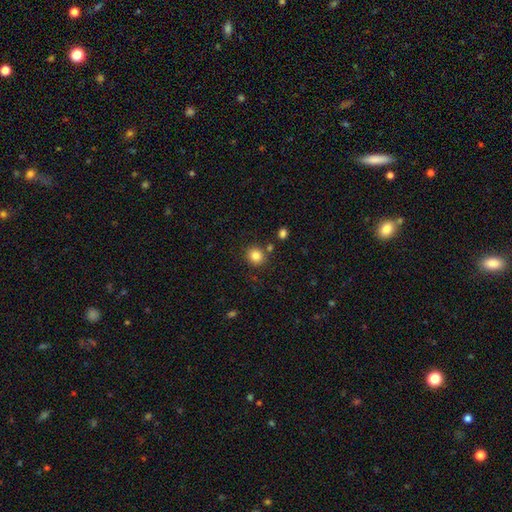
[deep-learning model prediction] Smooth or featured?
  - smooth: 84% *
  - star or artifact: 11%
  - featured or disk: 5%
How rounded?
  - round: 82% *
  - in between: 17%
  - cigar-shaped: 1%
Merging?
  - none: 83% *
  - minor disturbance: 8%
  - merger: 6%
  - major disturbance: 3%